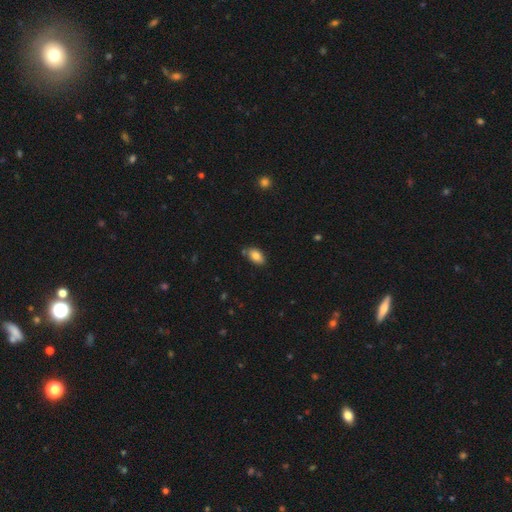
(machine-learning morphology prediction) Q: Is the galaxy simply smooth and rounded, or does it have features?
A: smooth — 84%.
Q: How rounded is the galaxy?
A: in between — 92%.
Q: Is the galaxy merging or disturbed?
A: none — 76%.